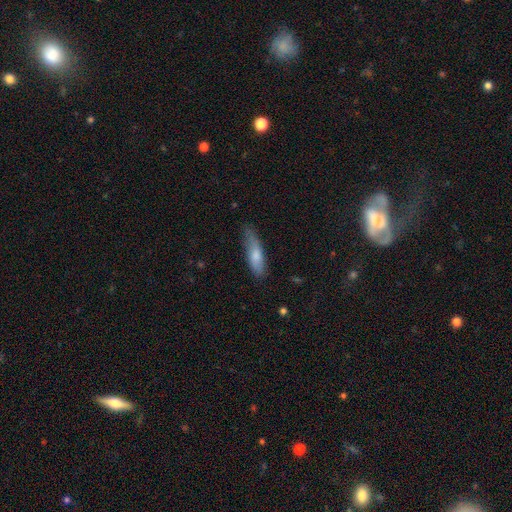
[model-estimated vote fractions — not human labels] The model was most divided on "how rounded": cigar-shaped: 57%, in between: 41%, round: 2%. More confident: smooth or featured — smooth (75%); merging — none (55%).